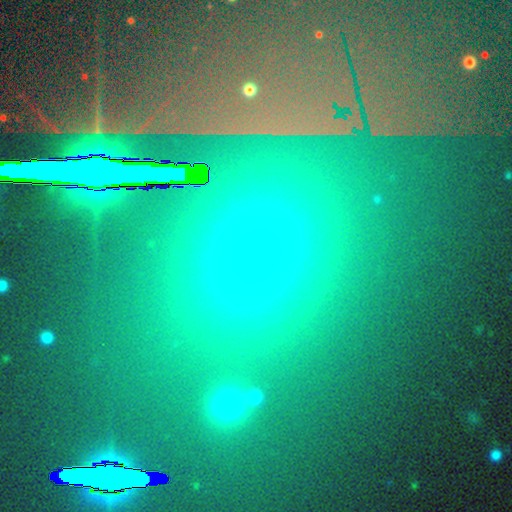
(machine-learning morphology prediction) Smooth or featured?
  - smooth: 64% *
  - star or artifact: 27%
  - featured or disk: 9%
How rounded?
  - round: 54% *
  - in between: 42%
  - cigar-shaped: 4%
Merging?
  - none: 75% *
  - minor disturbance: 11%
  - merger: 7%
  - major disturbance: 6%